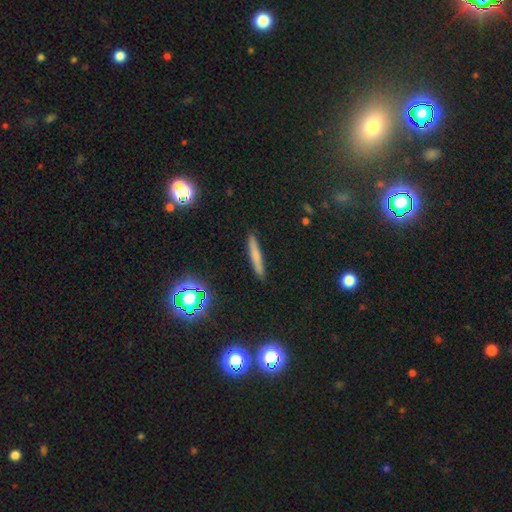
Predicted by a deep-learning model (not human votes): This appears to be a smooth galaxy with no disk features (65%) that is cigar-shaped (93%). Merging: none (89%).